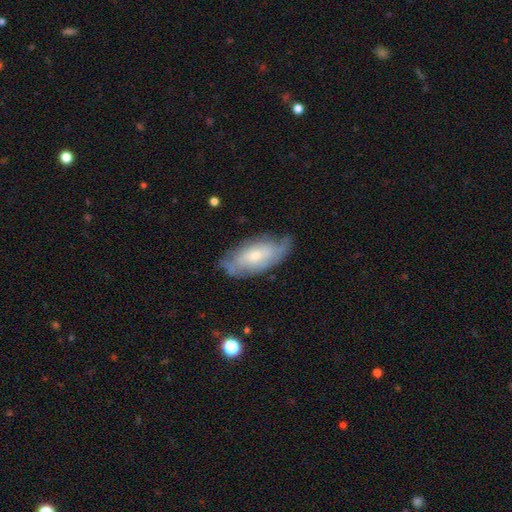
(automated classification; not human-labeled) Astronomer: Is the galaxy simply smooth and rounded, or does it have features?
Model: featured or disk — 54% (runner-up: smooth, 40%).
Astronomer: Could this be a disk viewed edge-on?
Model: no — 85%.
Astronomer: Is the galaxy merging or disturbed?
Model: none — 62%.